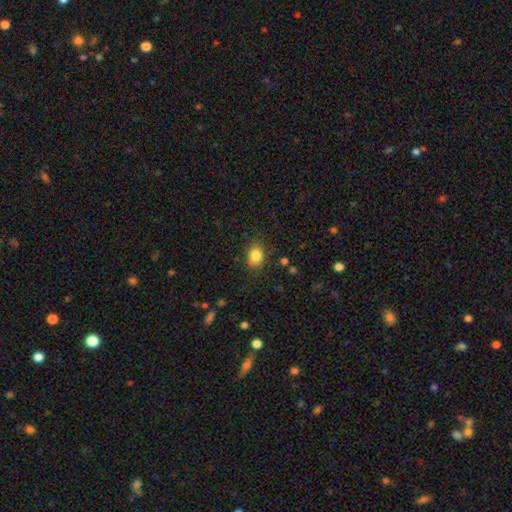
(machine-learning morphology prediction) This is clearly a smooth galaxy (83%). How rounded: likely in between (62%). Merging: likely none (78%).